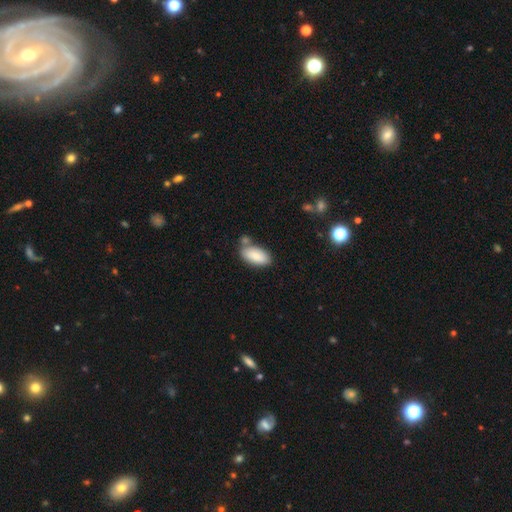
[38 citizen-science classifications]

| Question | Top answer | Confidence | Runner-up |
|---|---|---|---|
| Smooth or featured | smooth | 76% | featured or disk (16%) |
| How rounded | in between | 83% | round (10%) |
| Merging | none | 77% | merger (23%) |